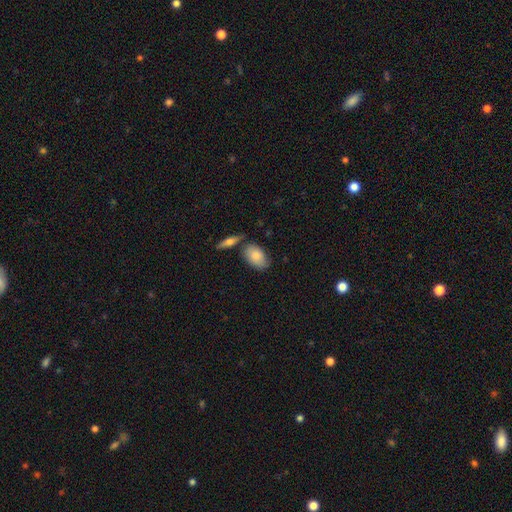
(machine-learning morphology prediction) Q: Smooth or featured?
A: smooth (78%); runner-up: featured or disk (16%)
Q: How rounded?
A: in between (89%); runner-up: round (8%)
Q: Merging?
A: none (66%); runner-up: minor disturbance (18%)